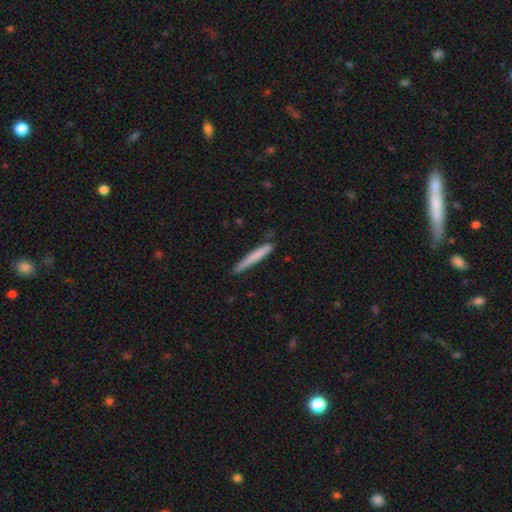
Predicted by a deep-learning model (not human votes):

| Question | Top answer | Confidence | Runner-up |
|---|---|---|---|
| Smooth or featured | smooth | 72% | featured or disk (22%) |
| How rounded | cigar-shaped | 96% | in between (2%) |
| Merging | none | 84% | minor disturbance (12%) |